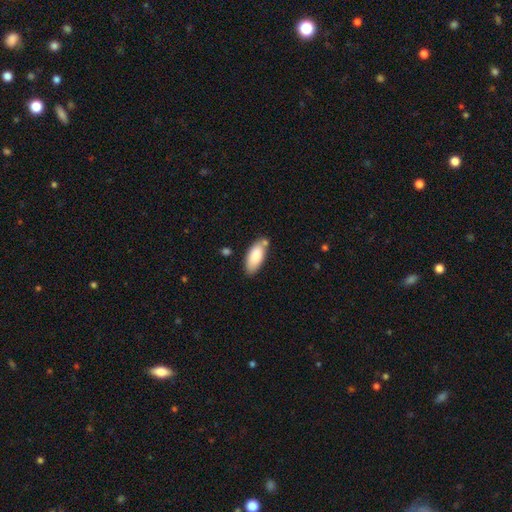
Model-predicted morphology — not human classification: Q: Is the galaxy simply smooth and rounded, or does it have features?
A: smooth — 84%.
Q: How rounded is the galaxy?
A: in between — 85%.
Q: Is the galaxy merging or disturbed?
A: none — 68%.